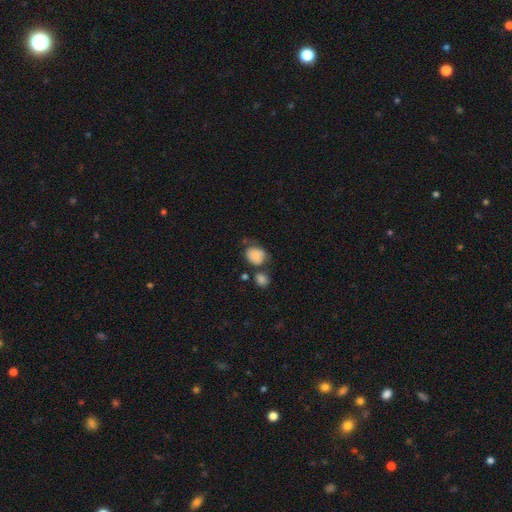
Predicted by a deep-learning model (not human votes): A smooth galaxy with no disk features (82%) that is round (59%). Merging: none (49%).